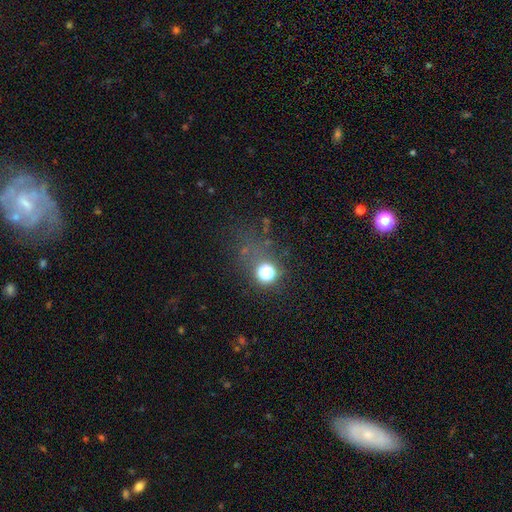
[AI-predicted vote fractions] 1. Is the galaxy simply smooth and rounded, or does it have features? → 46% star or artifact, 39% smooth, 15% featured or disk.